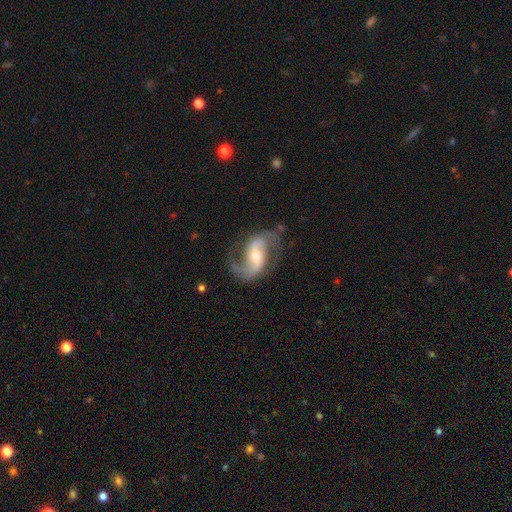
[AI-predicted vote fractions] Overall: featured or disk (89%). Edge-on disk: no (97%). Bar: weak (41%; no 30%). Spiral arms: yes (96%). Spiral arm count: 2 (90%). Spiral winding: loose (48%; medium 41%). Bulge size: moderate (57%; small 36%). Merging: none (72%).